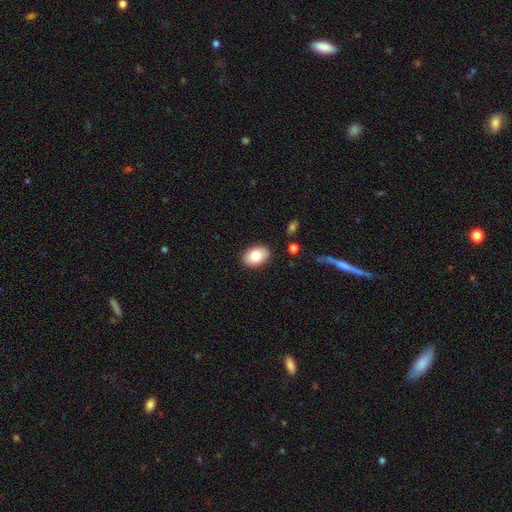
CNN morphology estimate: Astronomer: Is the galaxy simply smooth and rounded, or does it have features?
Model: smooth — 81%.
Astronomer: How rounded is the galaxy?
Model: in between — 86%.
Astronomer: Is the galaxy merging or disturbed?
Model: none — 88%.